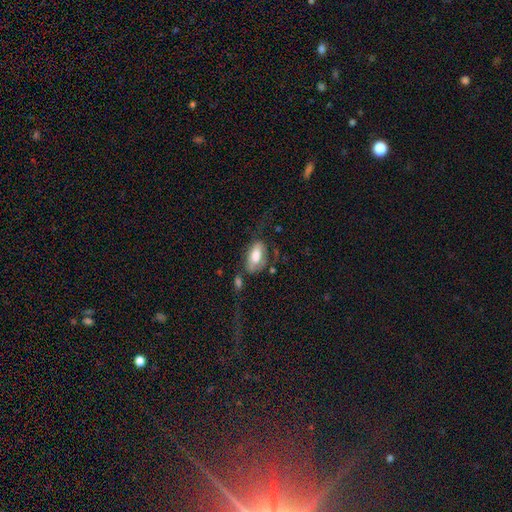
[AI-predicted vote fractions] The model was most divided on "merging": none: 38%, major disturbance: 27%, minor disturbance: 25%, merger: 10%. More confident: how rounded — in between (92%); smooth or featured — smooth (68%).